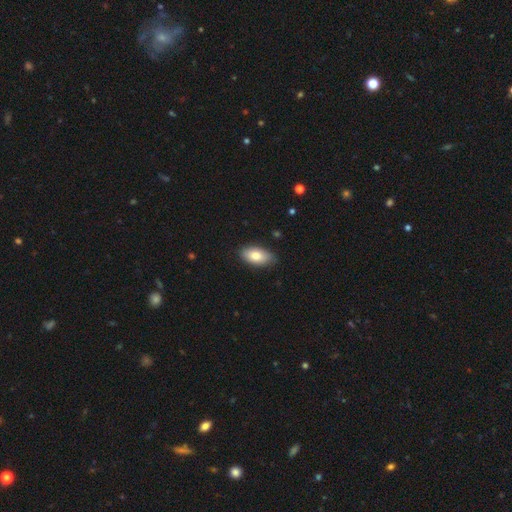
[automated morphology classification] Q: Smooth or featured?
A: smooth (81%); runner-up: featured or disk (13%)
Q: How rounded?
A: in between (93%); runner-up: cigar-shaped (4%)
Q: Merging?
A: none (84%); runner-up: minor disturbance (13%)